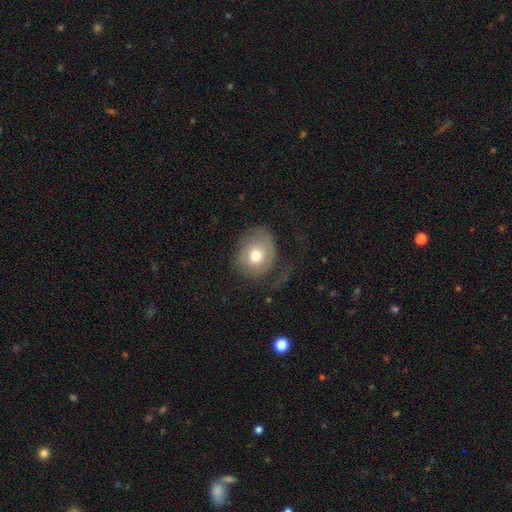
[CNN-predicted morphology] Smooth or featured?
  - smooth: 64% *
  - featured or disk: 28%
  - star or artifact: 8%
How rounded?
  - round: 62% *
  - in between: 37%
  - cigar-shaped: 1%
Merging?
  - none: 42% *
  - major disturbance: 33%
  - minor disturbance: 24%
  - merger: 2%